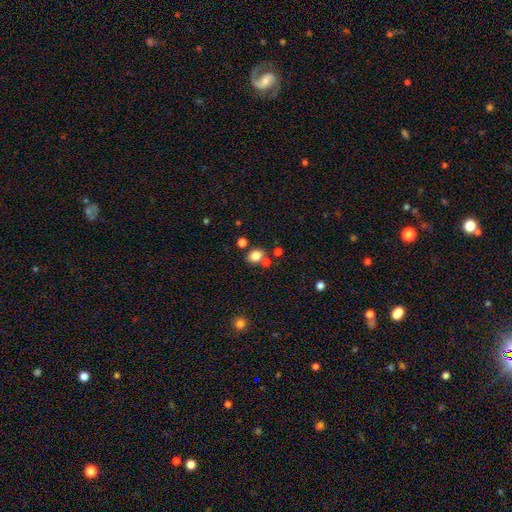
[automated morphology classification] type=smooth (81%); roundness=in between (53%); merging=none (68%).